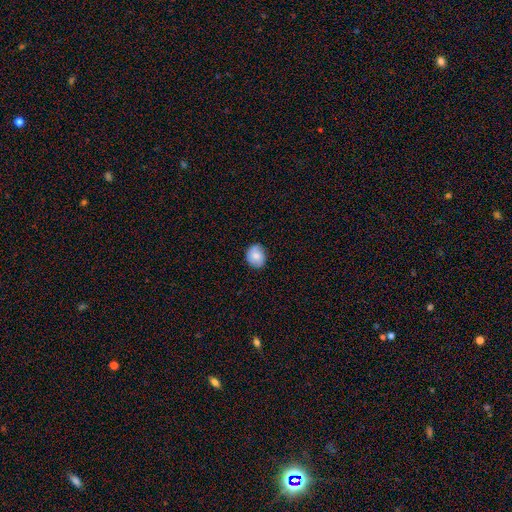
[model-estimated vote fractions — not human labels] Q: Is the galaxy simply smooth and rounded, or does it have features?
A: smooth — 80%.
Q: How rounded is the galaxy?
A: round — 63%.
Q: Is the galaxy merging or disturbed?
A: none — 84%.